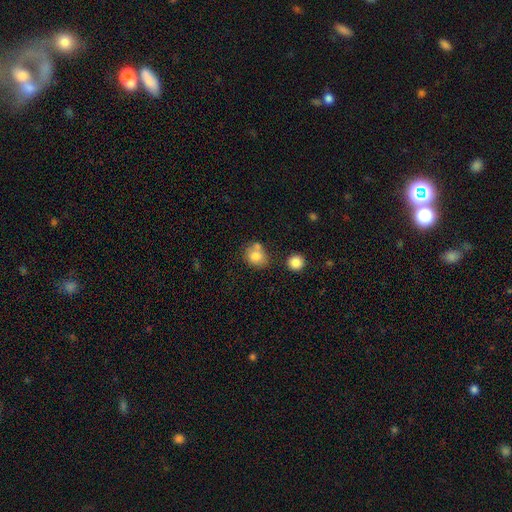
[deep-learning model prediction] smooth_or_featured: smooth (p=0.78) [alt: featured or disk p=0.12]
how_rounded: round (p=0.62) [alt: in between p=0.37]
merging: none (p=0.53) [alt: merger p=0.26]